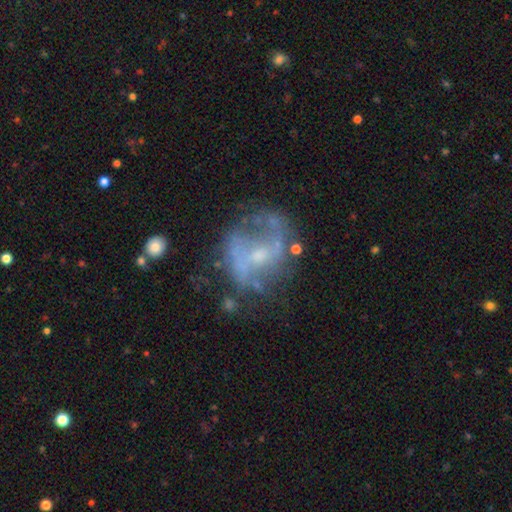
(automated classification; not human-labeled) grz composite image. It shows a featured or disk galaxy (72%) with no bar (58%), spiral arms (59%) and a small central bulge (52%). Merging: none (49%).